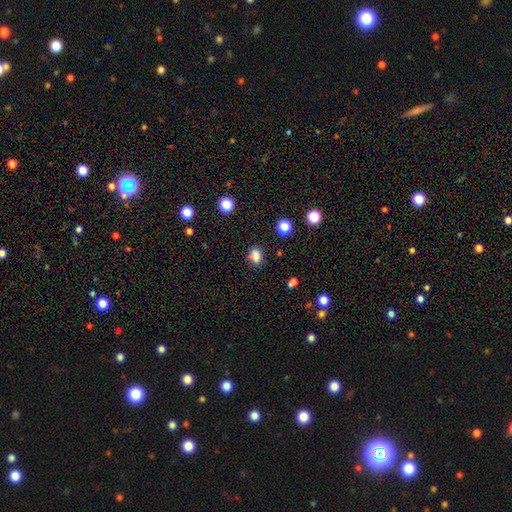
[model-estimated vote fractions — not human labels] Morphology: type=smooth (80%); roundness=in between (60%); merging=none (71%).